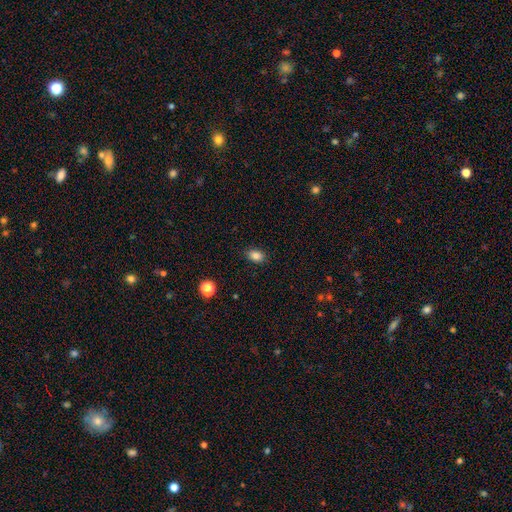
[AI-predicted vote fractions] This is clearly a smooth galaxy (84%). How rounded: likely in between (80%). Merging: clearly none (87%).